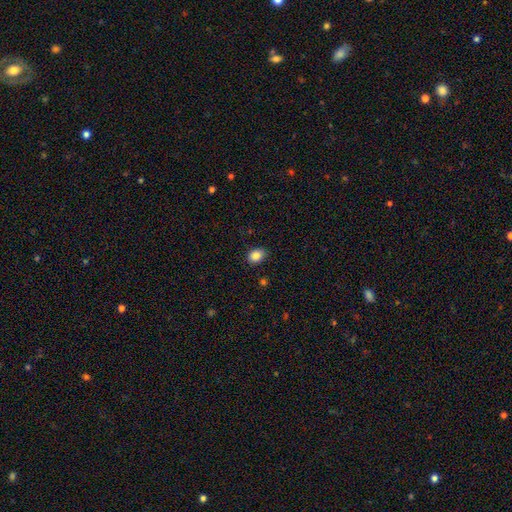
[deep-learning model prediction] Smooth or featured?
  - smooth: 86% *
  - star or artifact: 9%
  - featured or disk: 5%
How rounded?
  - in between: 70% *
  - round: 29%
  - cigar-shaped: 1%
Merging?
  - none: 86% *
  - minor disturbance: 10%
  - major disturbance: 2%
  - merger: 1%